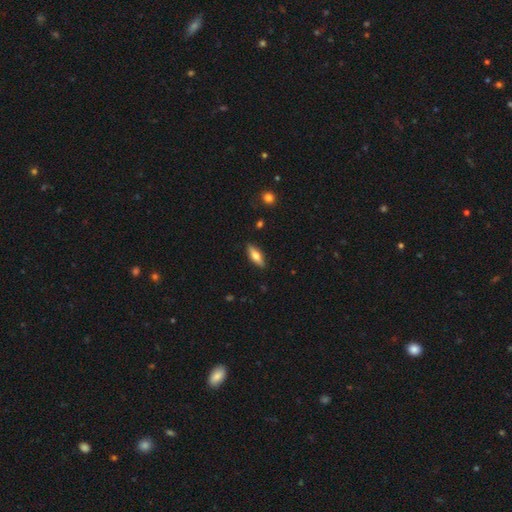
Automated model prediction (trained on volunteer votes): A smooth galaxy with no disk features (54%) that is in between round and cigar-shaped (54%).

Vote fractions:
- Smooth or featured? smooth: 54% / featured or disk: 40% / star or artifact: 6%
- How rounded? in between: 54% / cigar-shaped: 44% / round: 3%
- Merging? none: 88% / minor disturbance: 9% / major disturbance: 2% / merger: 1%